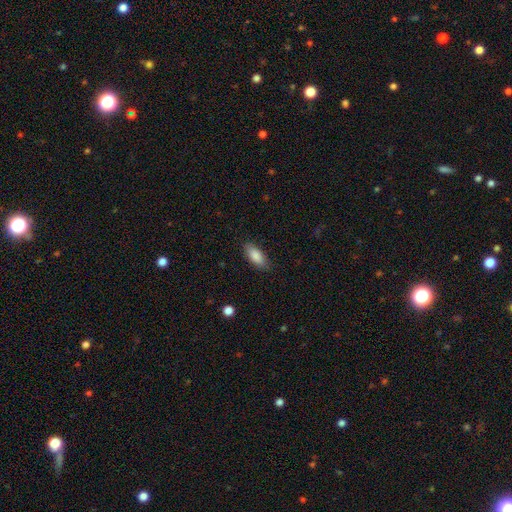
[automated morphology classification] smooth_or_featured: smooth (p=0.86) [alt: featured or disk p=0.07]
how_rounded: in between (p=0.83) [alt: cigar-shaped p=0.15]
merging: none (p=0.83) [alt: minor disturbance p=0.13]